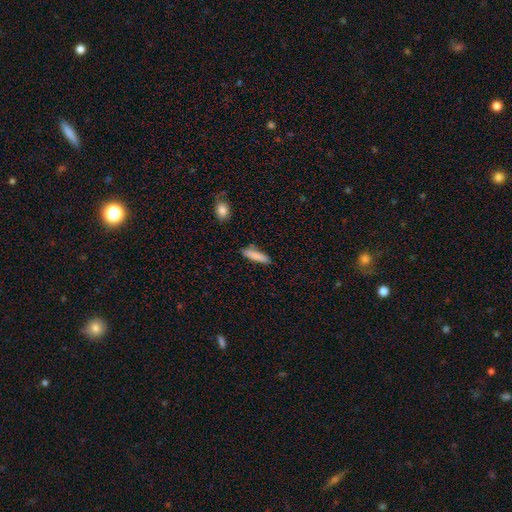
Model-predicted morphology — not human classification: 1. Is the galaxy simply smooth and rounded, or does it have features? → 84% smooth, 9% featured or disk, 7% star or artifact.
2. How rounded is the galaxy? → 78% cigar-shaped, 21% in between, 2% round.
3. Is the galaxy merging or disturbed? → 80% none, 14% minor disturbance, 3% merger, 3% major disturbance.